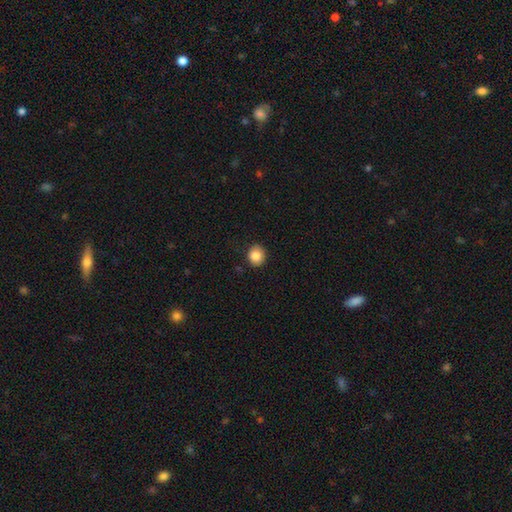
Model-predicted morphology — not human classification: type=smooth (86%); roundness=round (82%); merging=none (88%).